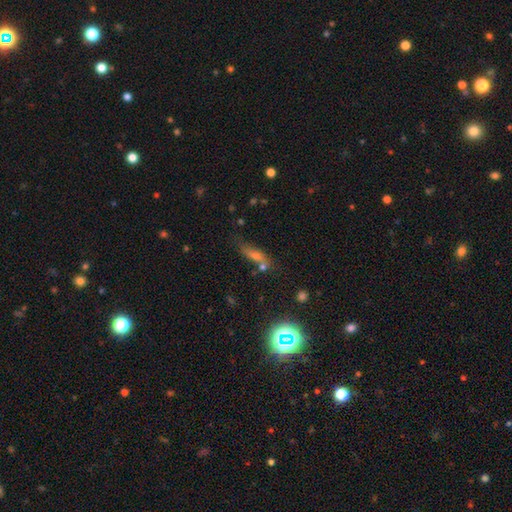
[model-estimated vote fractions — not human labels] smooth_or_featured: smooth (p=0.47) [alt: star or artifact p=0.28]
merging: none (p=0.55) [alt: merger p=0.18]